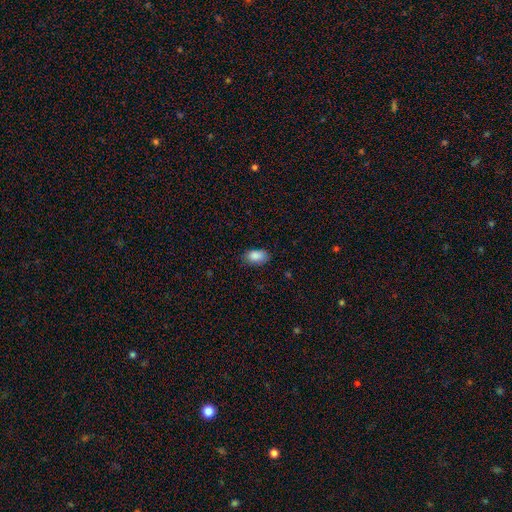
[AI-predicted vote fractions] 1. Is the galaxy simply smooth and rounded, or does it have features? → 88% smooth, 8% star or artifact, 5% featured or disk.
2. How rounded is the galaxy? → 91% in between, 8% round, 2% cigar-shaped.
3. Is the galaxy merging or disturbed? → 80% none, 16% minor disturbance, 3% major disturbance, 1% merger.